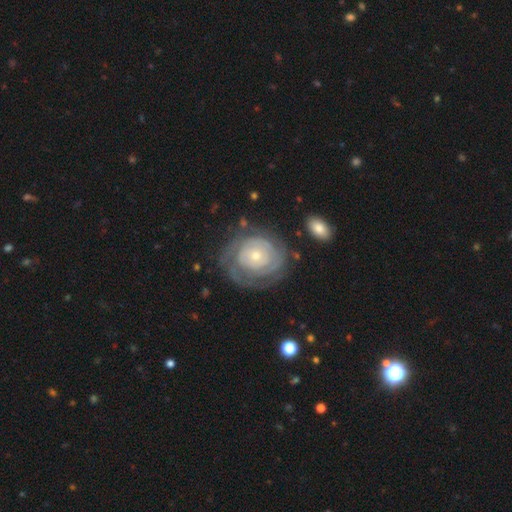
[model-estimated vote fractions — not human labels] Overall: featured or disk (75%). Edge-on disk: no (97%). Bar: no (85%). Spiral arms: yes (79%). Spiral arm count: can't tell (52%; 2 18%). Spiral winding: tight (81%). Bulge size: small (67%; moderate 28%). Merging: none (65%).